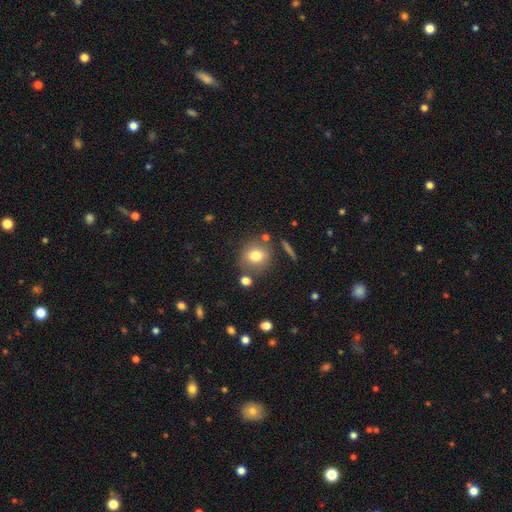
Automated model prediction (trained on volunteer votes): smooth 76%, featured or disk 12%, star or artifact 12%. Down the decision tree: how rounded — round (82%); merging — none (76%).